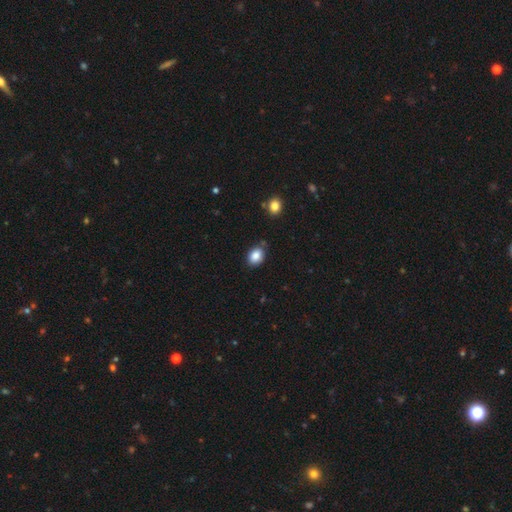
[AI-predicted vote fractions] Smooth or featured? Predicted: smooth (p=0.86). How rounded? Predicted: in between (p=0.62). Merging? Predicted: none (p=0.78).